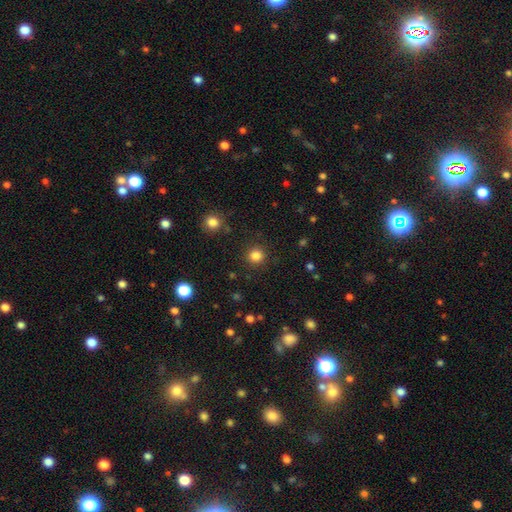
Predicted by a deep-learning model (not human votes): Smooth or featured? smooth (84%)
How rounded? round (94%)
Merging? none (90%)